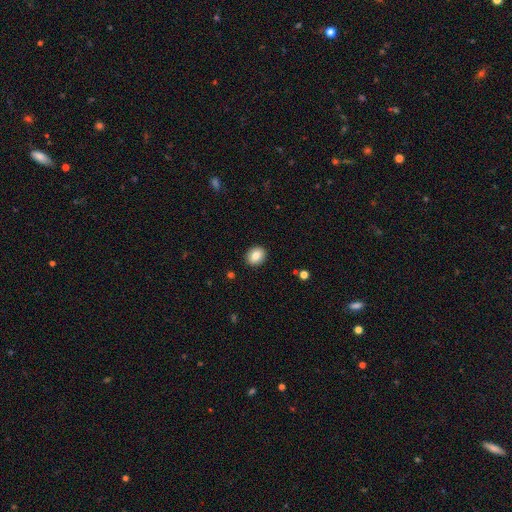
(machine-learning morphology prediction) This is clearly a smooth galaxy (84%). How rounded: possibly round (55%). Merging: clearly none (91%).